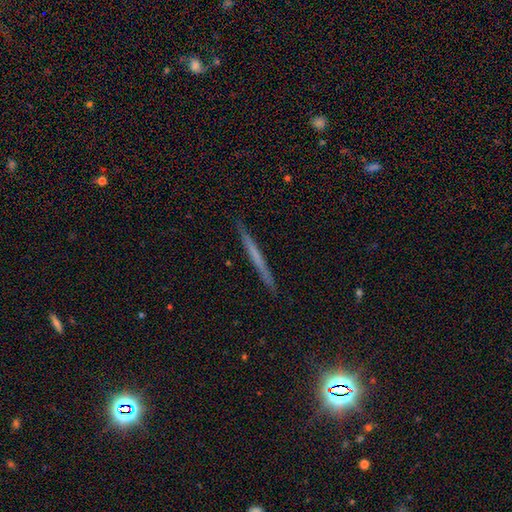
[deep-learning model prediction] smooth-or-featured: featured or disk: 49% | smooth: 44% | star or artifact: 7%
  merging: none: 91% | minor disturbance: 6% | major disturbance: 1% | merger: 1%